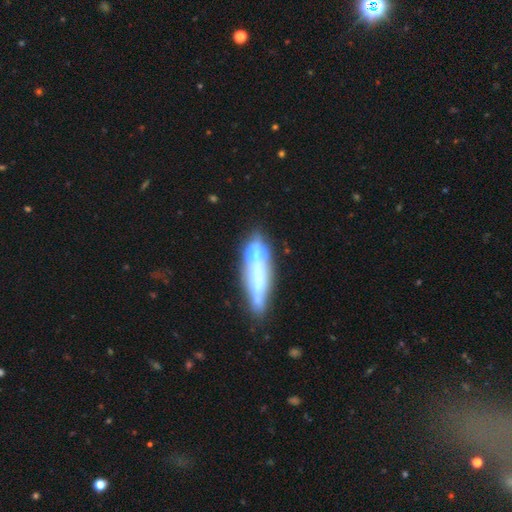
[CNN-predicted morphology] smooth_or_featured: featured or disk (p=0.57) [alt: smooth p=0.34]
disk_edge_on: yes (p=0.56) [alt: no p=0.44]
merging: none (p=0.54) [alt: merger p=0.18]